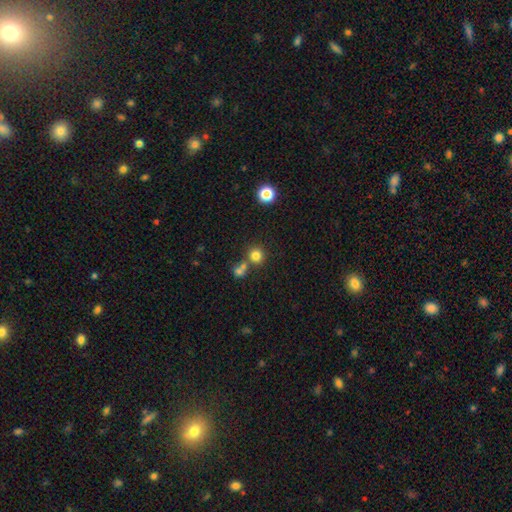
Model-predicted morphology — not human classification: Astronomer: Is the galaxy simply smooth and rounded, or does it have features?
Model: smooth — 78%.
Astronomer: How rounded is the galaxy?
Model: round — 91%.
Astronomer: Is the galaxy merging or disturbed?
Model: none — 67%.